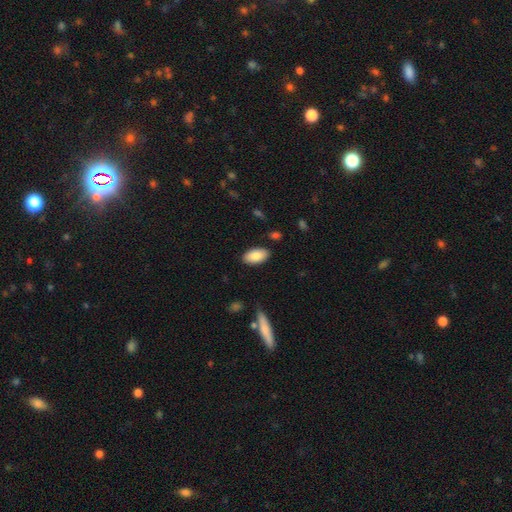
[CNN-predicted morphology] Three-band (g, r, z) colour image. It shows a smooth galaxy with no disk features (85%) that is in between round and cigar-shaped (95%). Merging: none (86%).